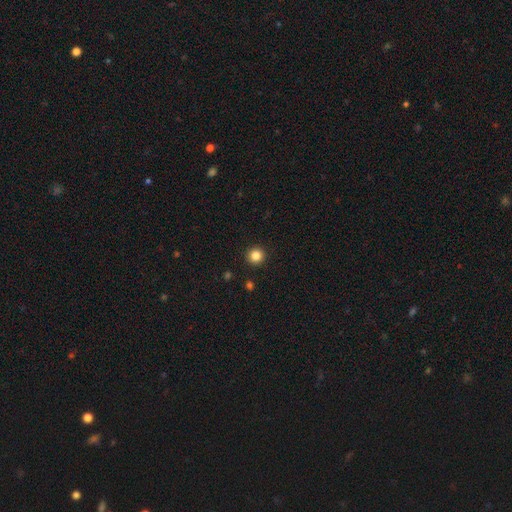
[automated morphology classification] A smooth galaxy with no disk features (84%) that is round (96%). Merging: none (93%).